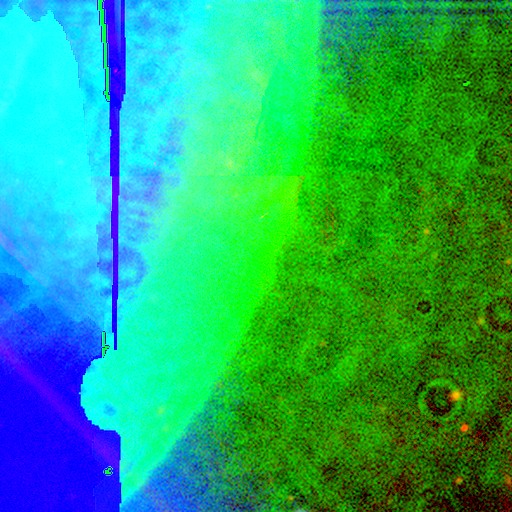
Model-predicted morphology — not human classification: Q: Smooth or featured?
A: star or artifact (70%); runner-up: featured or disk (19%)